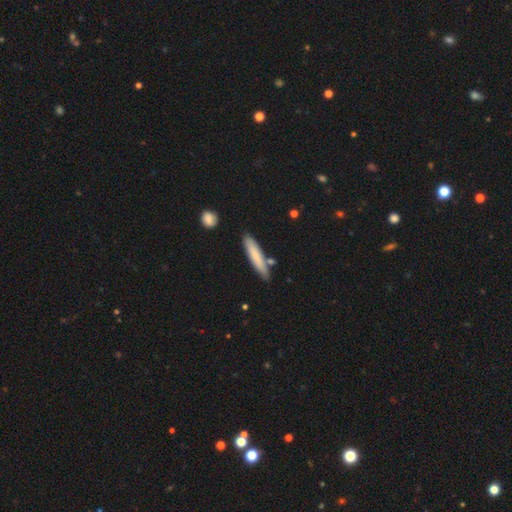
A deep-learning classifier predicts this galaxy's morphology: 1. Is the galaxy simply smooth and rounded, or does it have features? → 77% smooth, 17% featured or disk, 6% star or artifact.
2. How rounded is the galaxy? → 88% cigar-shaped, 10% in between, 1% round.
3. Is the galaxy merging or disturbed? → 80% none, 12% minor disturbance, 5% merger, 2% major disturbance.